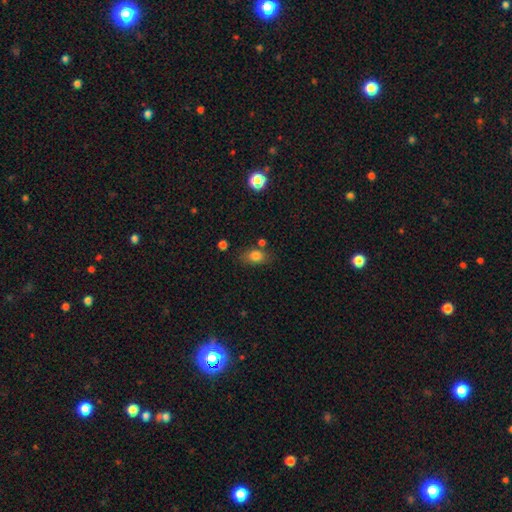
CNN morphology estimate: smooth_or_featured: smooth (p=0.81) [alt: star or artifact p=0.11]
how_rounded: in between (p=0.76) [alt: round p=0.21]
merging: none (p=0.68) [alt: minor disturbance p=0.18]